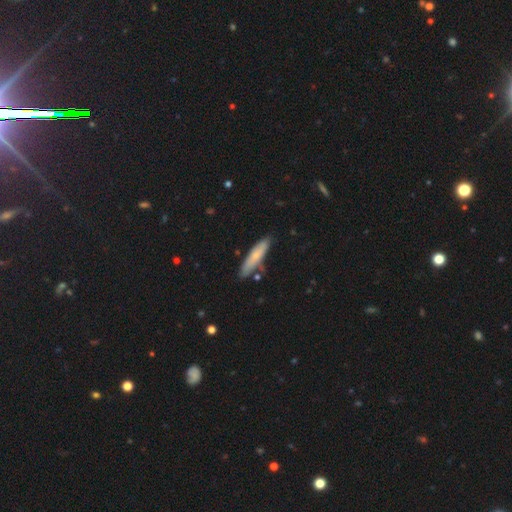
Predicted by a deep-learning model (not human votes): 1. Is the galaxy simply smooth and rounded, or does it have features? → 70% smooth, 24% featured or disk, 6% star or artifact.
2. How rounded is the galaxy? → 81% cigar-shaped, 18% in between, 2% round.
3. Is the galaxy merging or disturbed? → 80% none, 14% minor disturbance, 4% merger, 2% major disturbance.